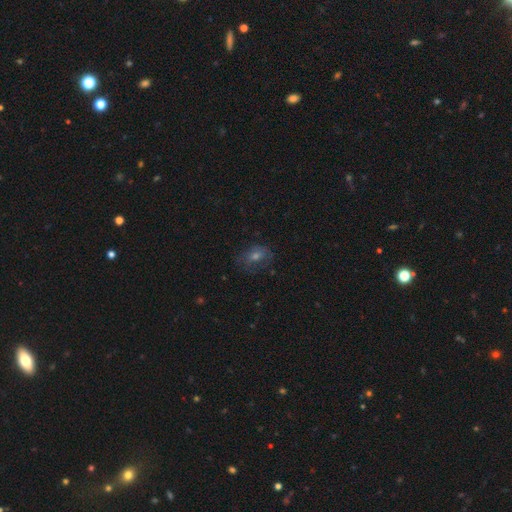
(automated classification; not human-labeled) Smooth or featured? smooth (49%)
Merging? none (70%)